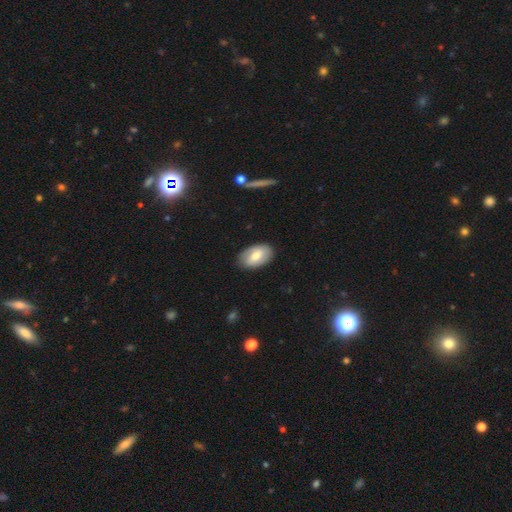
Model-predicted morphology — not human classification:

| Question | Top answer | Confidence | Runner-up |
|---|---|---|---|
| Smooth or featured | smooth | 63% | featured or disk (31%) |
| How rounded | in between | 91% | round (7%) |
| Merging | none | 83% | minor disturbance (13%) |